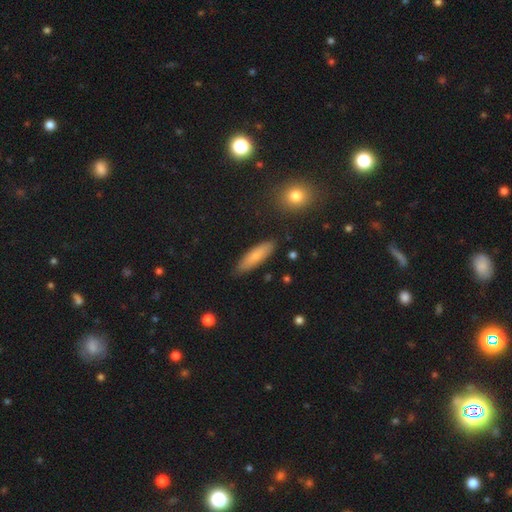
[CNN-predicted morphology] Smooth or featured? Predicted: smooth (p=0.74). How rounded? Predicted: cigar-shaped (p=0.61). Merging? Predicted: none (p=0.85).